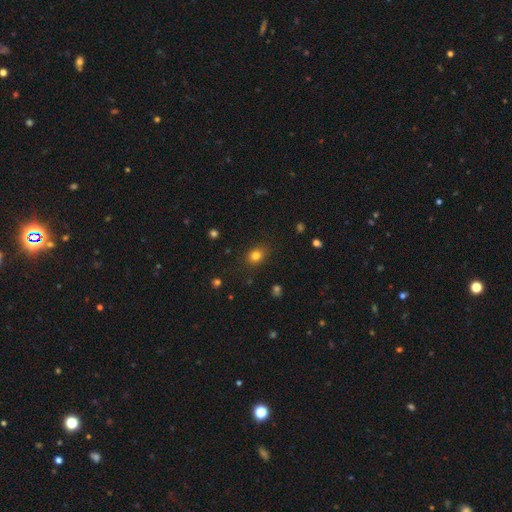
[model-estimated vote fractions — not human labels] Overall: smooth (80%). How rounded: round (50%; in between 48%). Merging: none (84%).